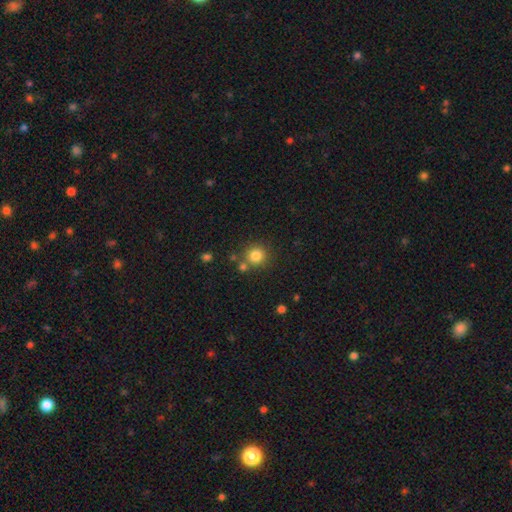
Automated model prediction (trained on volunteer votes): Smooth or featured? smooth (82%)
How rounded? round (91%)
Merging? none (75%)